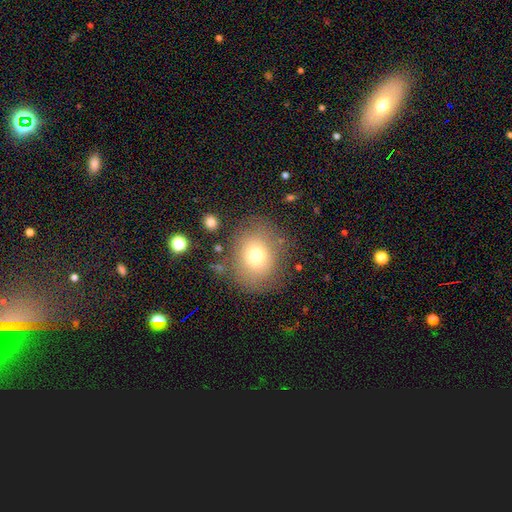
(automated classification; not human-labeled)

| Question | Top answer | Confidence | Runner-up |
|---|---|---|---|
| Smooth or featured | smooth | 74% | featured or disk (13%) |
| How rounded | round | 66% | in between (33%) |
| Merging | none | 78% | minor disturbance (13%) |